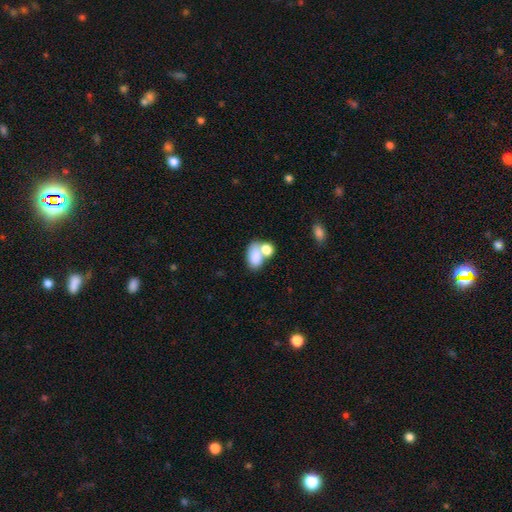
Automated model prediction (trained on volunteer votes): Smooth or featured?
  - smooth: 78% *
  - featured or disk: 12%
  - star or artifact: 9%
How rounded?
  - in between: 84% *
  - round: 14%
  - cigar-shaped: 2%
Merging?
  - merger: 52% *
  - none: 31%
  - minor disturbance: 11%
  - major disturbance: 7%